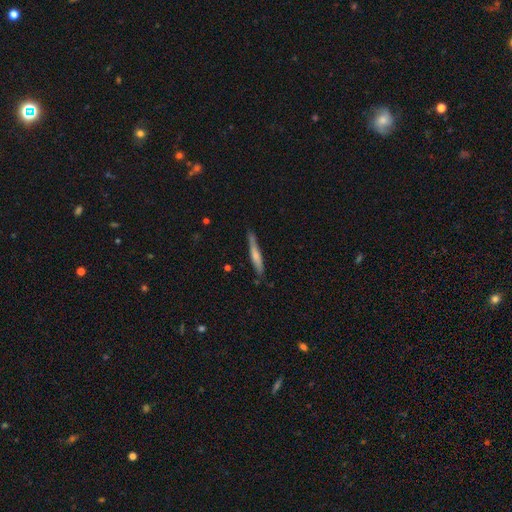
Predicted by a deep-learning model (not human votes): Smooth or featured? smooth (56%)
How rounded? cigar-shaped (93%)
Merging? none (76%)